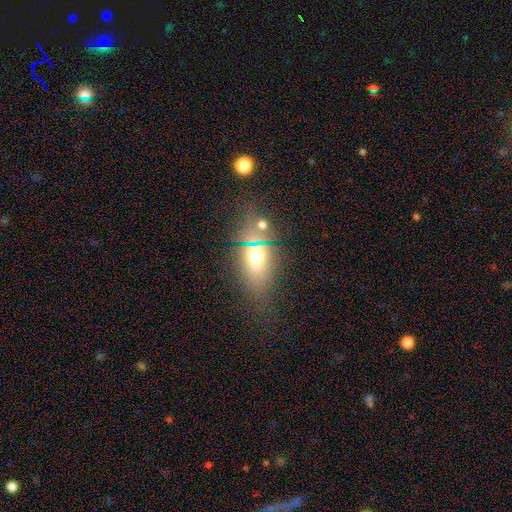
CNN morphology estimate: smooth-or-featured: smooth: 56% | star or artifact: 24% | featured or disk: 20%
  how-rounded: in between: 73% | round: 22% | cigar-shaped: 5%
  merging: none: 54% | minor disturbance: 18% | major disturbance: 15% | merger: 13%